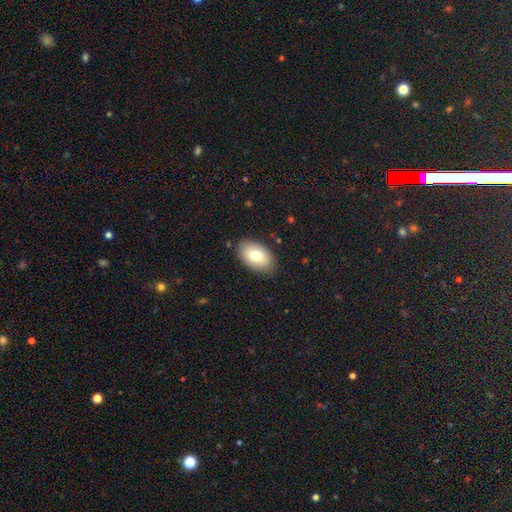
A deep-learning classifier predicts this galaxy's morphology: Overall: smooth (76%). How rounded: in between (92%). Merging: none (85%).